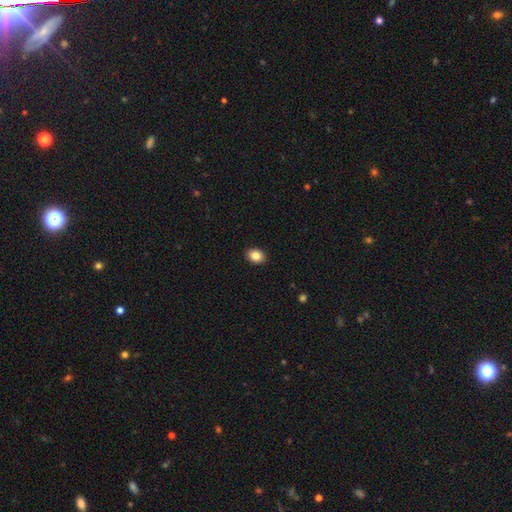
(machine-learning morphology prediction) Smooth or featured? smooth (85%)
How rounded? in between (60%)
Merging? none (91%)